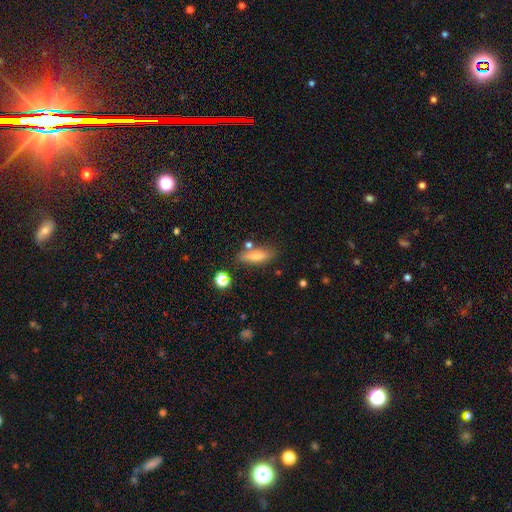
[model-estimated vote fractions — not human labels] smooth-or-featured: smooth: 62% | featured or disk: 28% | star or artifact: 10%
  how-rounded: cigar-shaped: 53% | in between: 44% | round: 4%
  merging: none: 74% | minor disturbance: 14% | merger: 8% | major disturbance: 4%